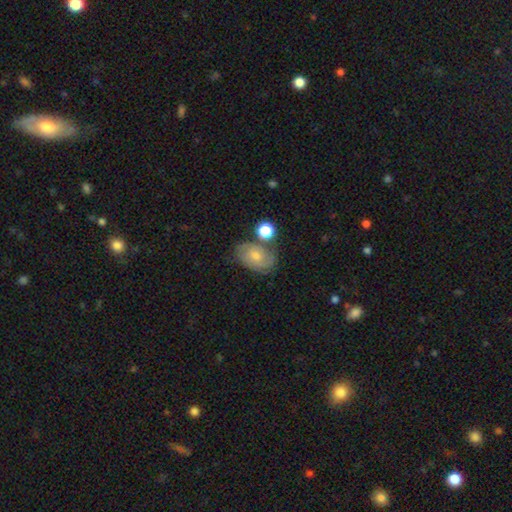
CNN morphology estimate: featured or disk 51%, smooth 38%, star or artifact 11%. Down the decision tree: edge-on disk — no (96%); merging — none (65%).